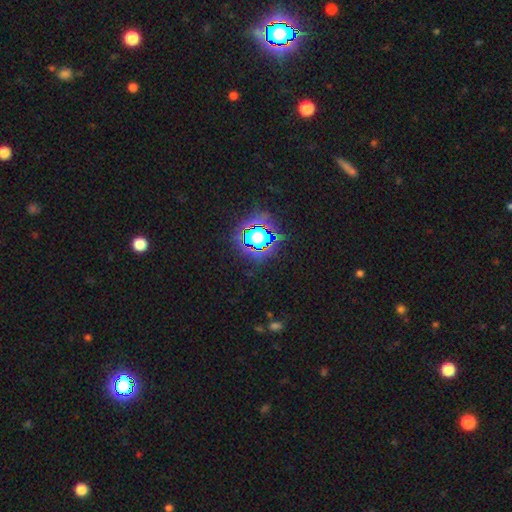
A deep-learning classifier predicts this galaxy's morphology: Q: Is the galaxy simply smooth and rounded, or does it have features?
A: star or artifact — 81%.